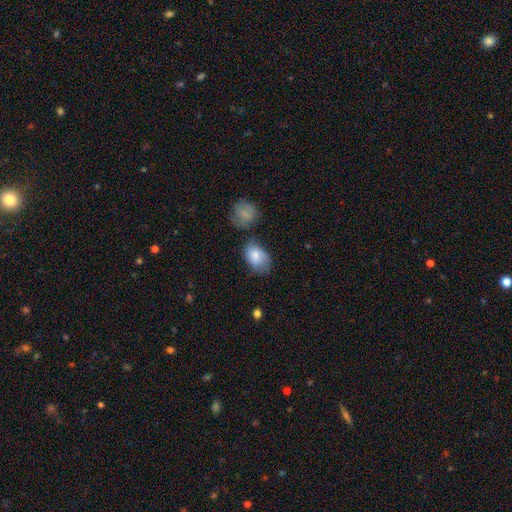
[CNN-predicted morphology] type=smooth (81%); roundness=in between (83%); merging=none (53%).